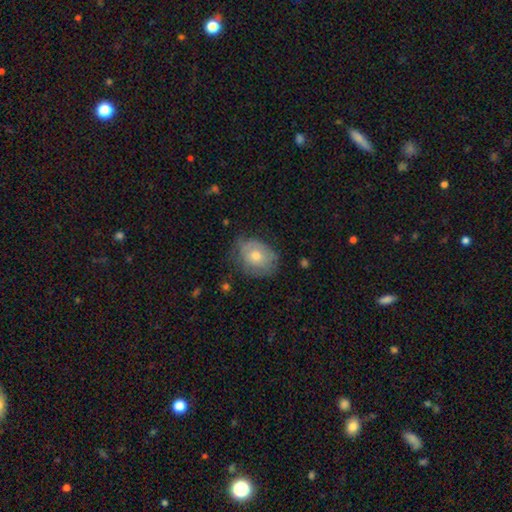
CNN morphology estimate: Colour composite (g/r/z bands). It shows a smooth galaxy with no disk features (57%) that is in between round and cigar-shaped (63%). Merging: none (62%).